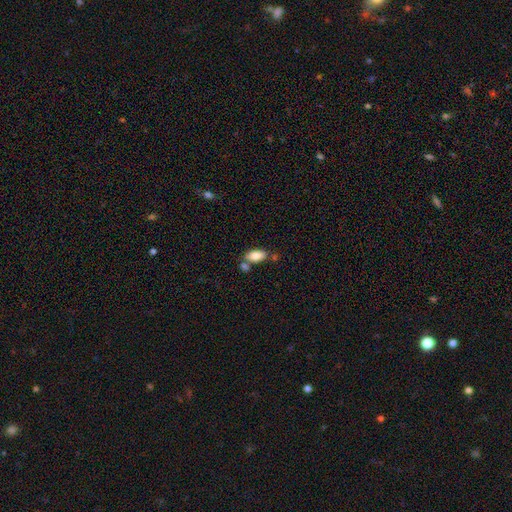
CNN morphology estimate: This is clearly a smooth galaxy (85%). How rounded: clearly in between (91%). Merging: likely none (60%).